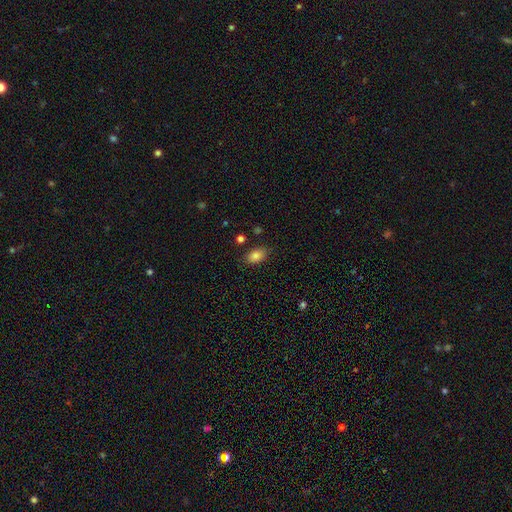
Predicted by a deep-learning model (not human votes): Smooth or featured? Predicted: smooth (p=0.84). How rounded? Predicted: in between (p=0.89). Merging? Predicted: none (p=0.83).